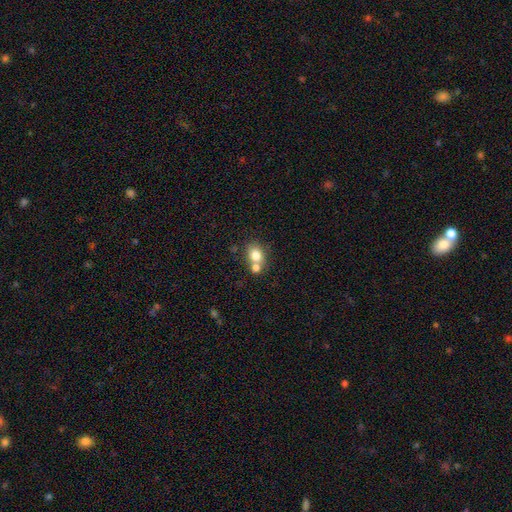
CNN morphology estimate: Smooth or featured?
  - smooth: 78% *
  - featured or disk: 12%
  - star or artifact: 11%
How rounded?
  - round: 53% *
  - in between: 46%
  - cigar-shaped: 1%
Merging?
  - none: 48% *
  - merger: 39%
  - minor disturbance: 10%
  - major disturbance: 3%